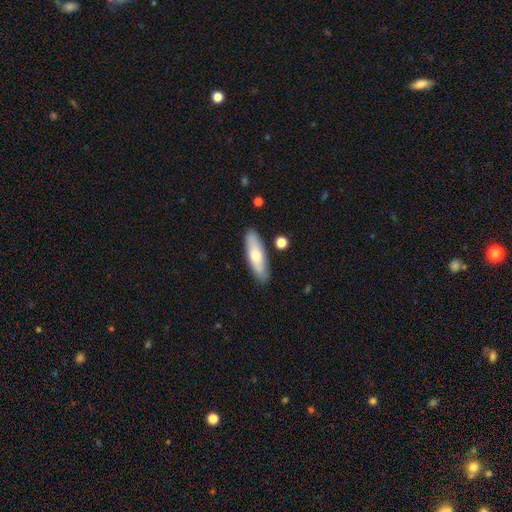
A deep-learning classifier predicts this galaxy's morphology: smooth 64%, featured or disk 30%, star or artifact 6%. Down the decision tree: how rounded — cigar-shaped (56%); merging — none (85%).